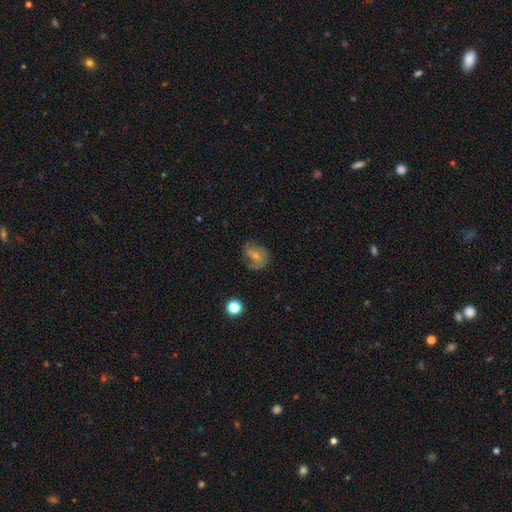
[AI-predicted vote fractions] featured or disk 63%, smooth 24%, star or artifact 13%. Down the decision tree: edge-on disk — no (97%); bar — no (55%); spiral arms — yes (85%); spiral arm count — 2 (45%); spiral winding — medium (42%); bulge size — small (56%); merging — none (69%).